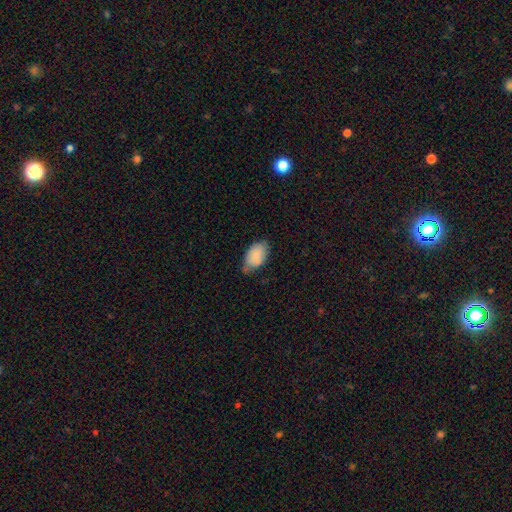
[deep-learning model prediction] Smooth or featured: smooth — 86% (featured or disk — 7%)
How rounded: in between — 93% (round — 6%)
Merging: none — 60% (minor disturbance — 32%)